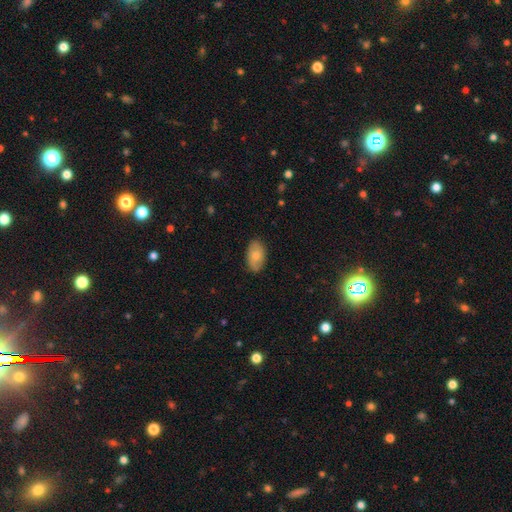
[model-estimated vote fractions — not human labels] The model was most divided on "smooth or featured": smooth: 70%, featured or disk: 23%, star or artifact: 6%. More confident: how rounded — in between (92%); merging — none (85%).